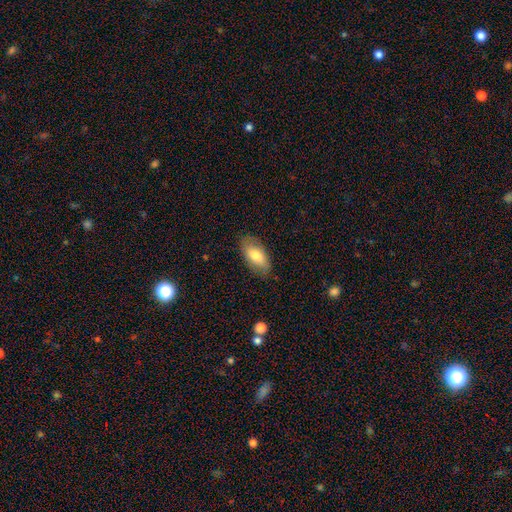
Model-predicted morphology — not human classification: smooth-or-featured: smooth: 72% | featured or disk: 21% | star or artifact: 6%
  how-rounded: in between: 92% | cigar-shaped: 5% | round: 3%
  merging: none: 81% | minor disturbance: 14% | major disturbance: 3% | merger: 1%